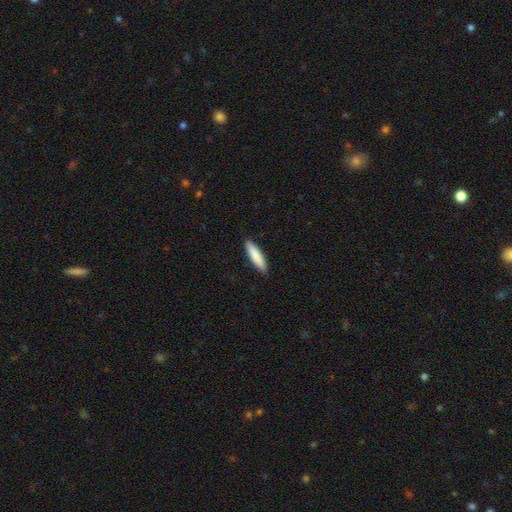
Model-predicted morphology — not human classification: Q: Smooth or featured?
A: smooth (87%); runner-up: featured or disk (8%)
Q: How rounded?
A: cigar-shaped (75%); runner-up: in between (24%)
Q: Merging?
A: none (90%); runner-up: minor disturbance (8%)